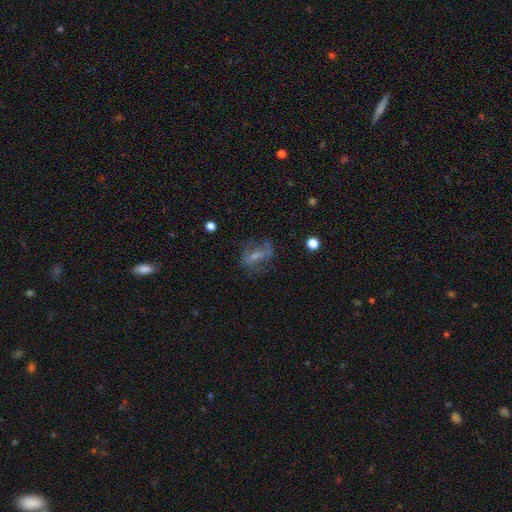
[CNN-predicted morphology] Overall: featured or disk (50%; smooth 37%). Edge-on disk: no (90%). Merging: none (52%; major disturbance 24%).